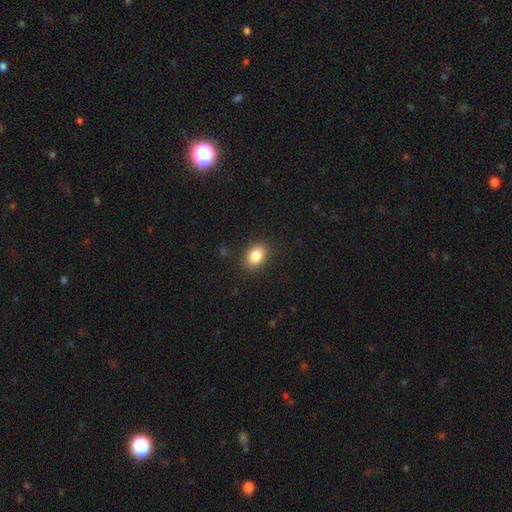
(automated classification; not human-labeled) Smooth or featured? smooth (85%)
How rounded? in between (77%)
Merging? none (87%)